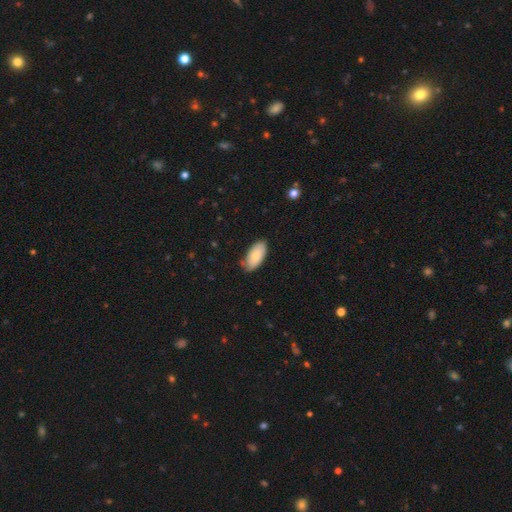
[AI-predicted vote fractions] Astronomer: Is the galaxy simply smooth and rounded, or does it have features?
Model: smooth — 76%.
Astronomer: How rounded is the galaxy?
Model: in between — 94%.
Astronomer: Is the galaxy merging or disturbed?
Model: none — 75%.